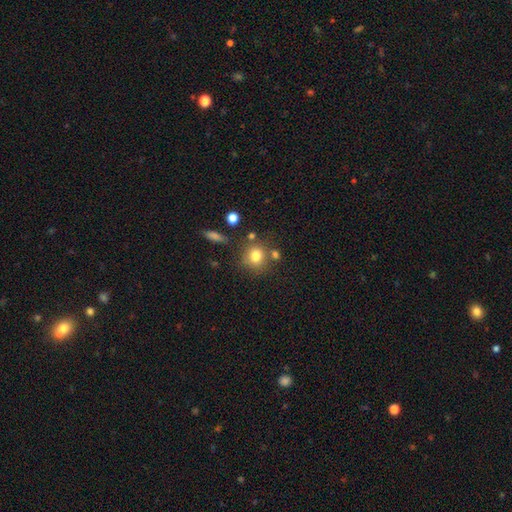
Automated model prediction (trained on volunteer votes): smooth 78%, star or artifact 12%, featured or disk 10%. Down the decision tree: how rounded — round (84%); merging — none (70%).